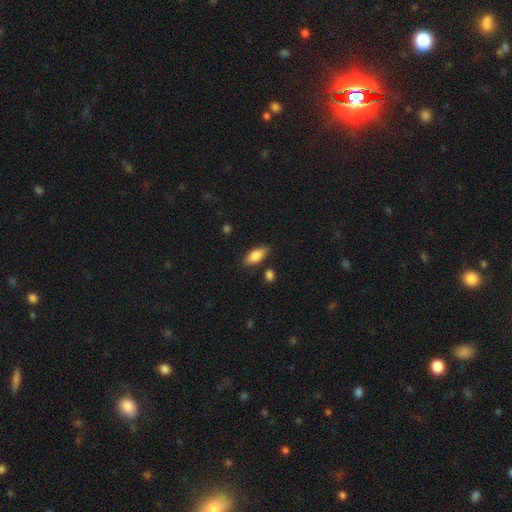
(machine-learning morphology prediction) Smooth or featured? Predicted: smooth (p=0.78). How rounded? Predicted: in between (p=0.77). Merging? Predicted: none (p=0.81).